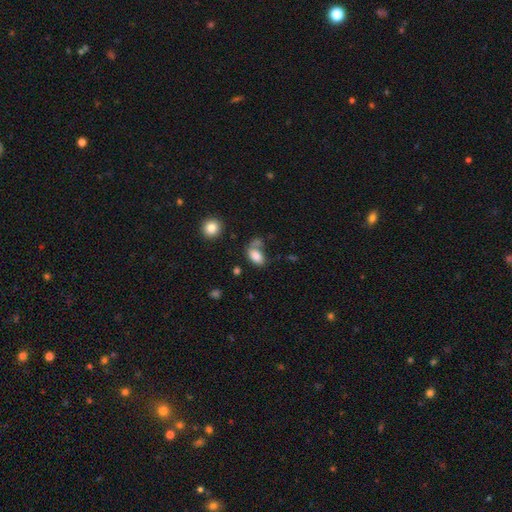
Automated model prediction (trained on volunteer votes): A smooth galaxy with no disk features (82%) that is in between round and cigar-shaped (91%).

Vote fractions:
- Smooth or featured? smooth: 82% / featured or disk: 9% / star or artifact: 9%
- How rounded? in between: 91% / round: 7% / cigar-shaped: 2%
- Merging? none: 45% / merger: 22% / minor disturbance: 20% / major disturbance: 13%